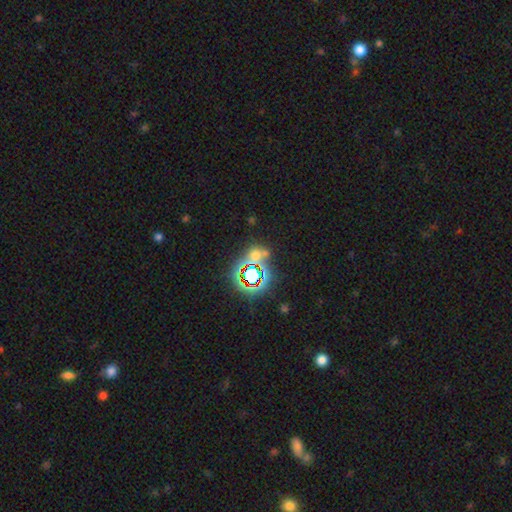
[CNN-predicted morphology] smooth_or_featured: star or artifact (p=0.55) [alt: smooth p=0.35]